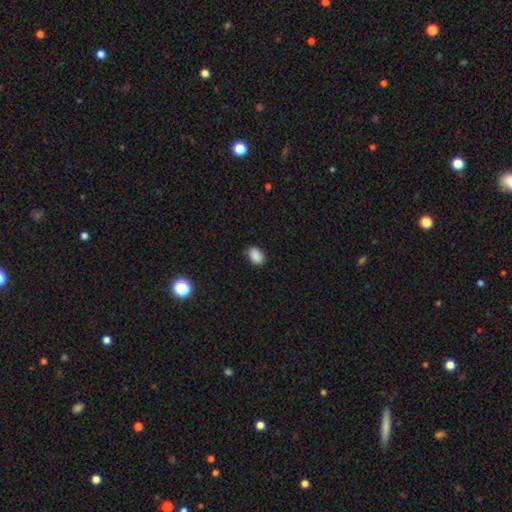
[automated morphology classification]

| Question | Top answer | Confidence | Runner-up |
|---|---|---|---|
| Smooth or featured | smooth | 87% | star or artifact (9%) |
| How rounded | in between | 84% | round (15%) |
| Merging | none | 78% | minor disturbance (18%) |